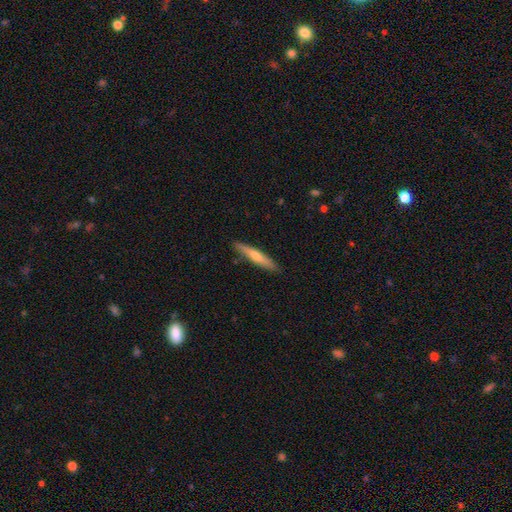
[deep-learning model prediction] The model was most divided on "smooth or featured": featured or disk: 49%, smooth: 45%, star or artifact: 6%. More confident: merging — none (90%).